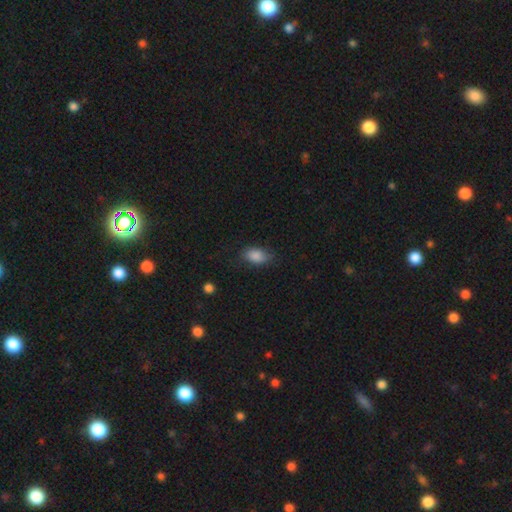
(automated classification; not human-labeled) A smooth galaxy with no disk features (86%) that is in between round and cigar-shaped (89%). Merging: none (75%).